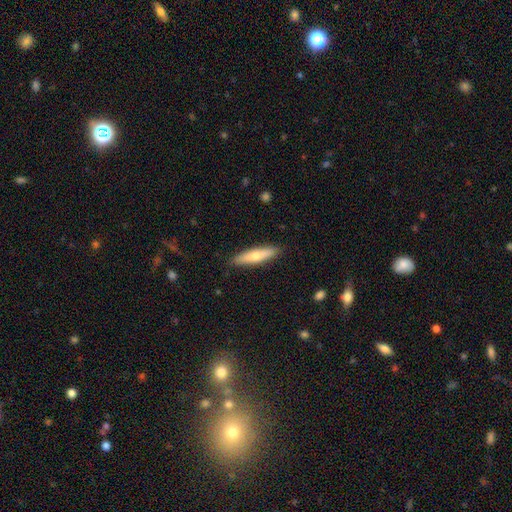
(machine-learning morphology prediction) This appears to be a smooth galaxy with no disk features (62%) that is cigar-shaped (79%). Merging: none (88%).